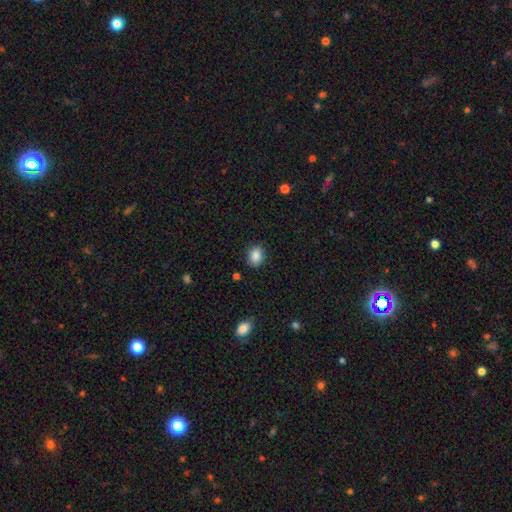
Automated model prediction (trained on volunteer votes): This appears to be a smooth galaxy with no disk features (87%) that is in between round and cigar-shaped (52%). Merging: none (87%).